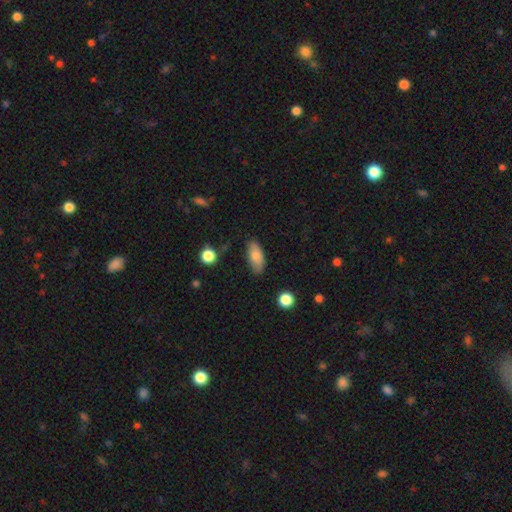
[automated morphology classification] The model was most divided on "merging": none: 74%, minor disturbance: 20%, major disturbance: 4%, merger: 2%. More confident: how rounded — in between (86%); smooth or featured — smooth (79%).